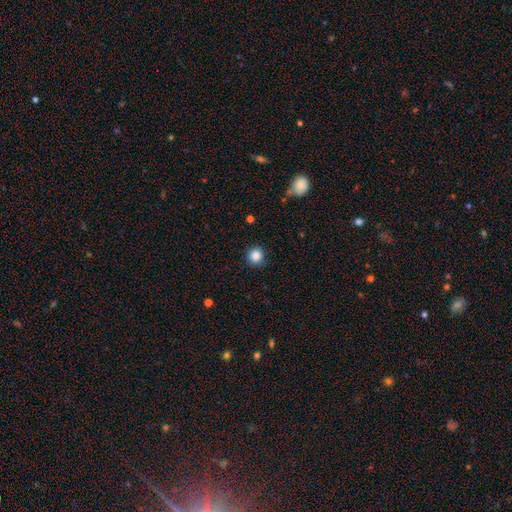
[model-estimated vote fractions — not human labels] Smooth or featured: smooth — 85% (star or artifact — 11%)
How rounded: round — 94% (in between — 5%)
Merging: none — 89% (minor disturbance — 8%)